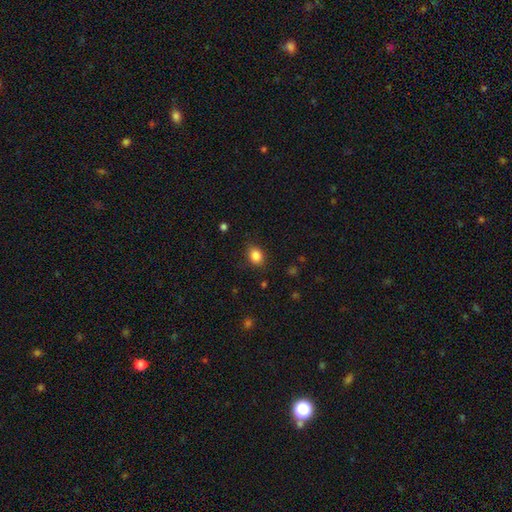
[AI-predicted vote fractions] Q: Smooth or featured?
A: smooth (85%); runner-up: star or artifact (10%)
Q: How rounded?
A: in between (64%); runner-up: round (35%)
Q: Merging?
A: none (84%); runner-up: minor disturbance (11%)